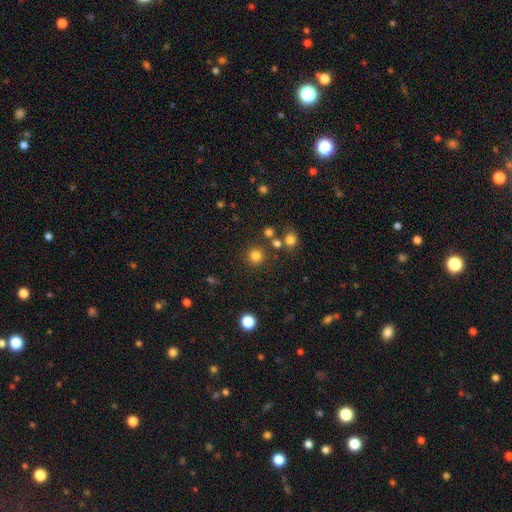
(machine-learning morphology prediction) smooth 80%, star or artifact 15%, featured or disk 5%. Down the decision tree: how rounded — round (94%); merging — none (85%).